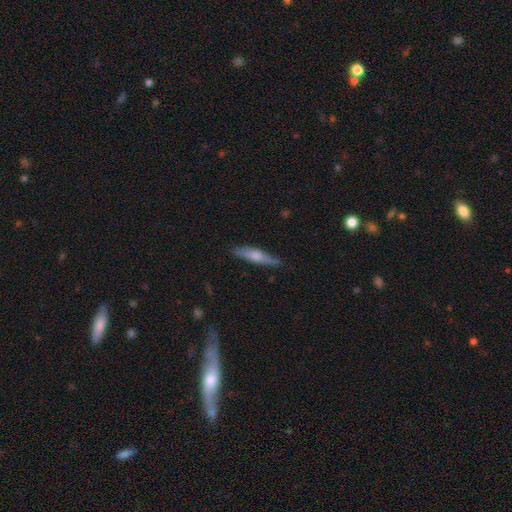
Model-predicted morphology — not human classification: Smooth or featured? Predicted: smooth (p=0.52). How rounded? Predicted: cigar-shaped (p=0.84). Merging? Predicted: none (p=0.82).